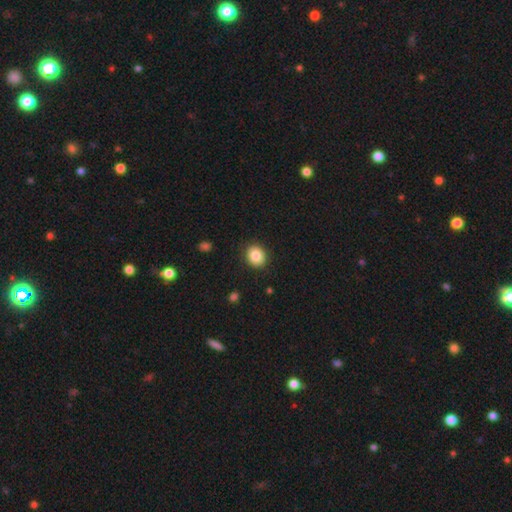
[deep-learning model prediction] This appears to be a smooth galaxy with no disk features (84%) that is round (66%). Merging: none (88%).